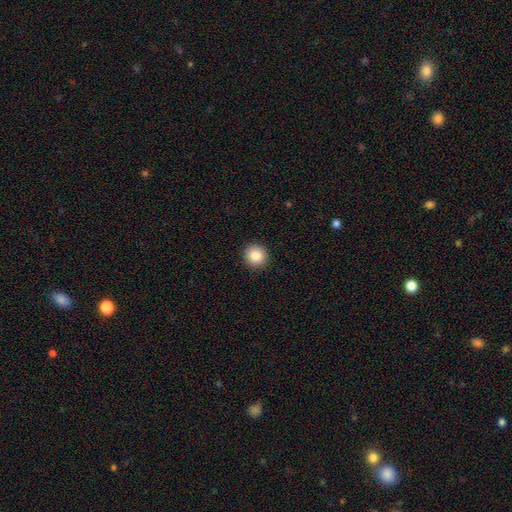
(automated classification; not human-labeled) Smooth or featured?
  - smooth: 86% *
  - star or artifact: 9%
  - featured or disk: 5%
How rounded?
  - round: 91% *
  - in between: 8%
  - cigar-shaped: 1%
Merging?
  - none: 93% *
  - minor disturbance: 5%
  - major disturbance: 2%
  - merger: 1%